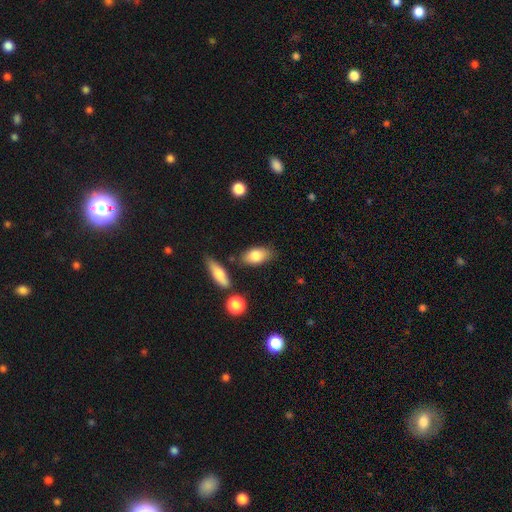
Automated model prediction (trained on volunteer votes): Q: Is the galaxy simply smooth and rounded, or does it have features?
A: smooth — 81%.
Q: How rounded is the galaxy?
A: in between — 88%.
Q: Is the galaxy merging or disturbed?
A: none — 77%.